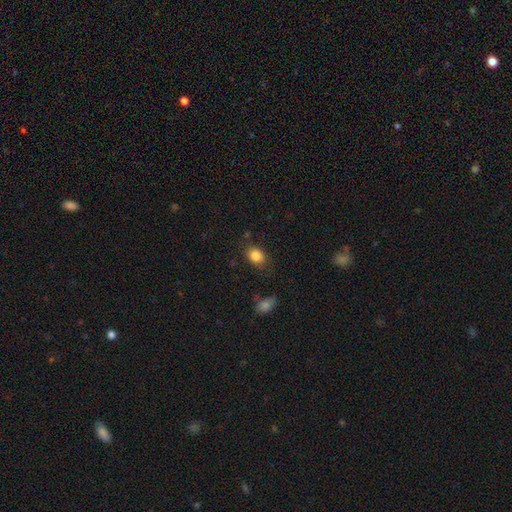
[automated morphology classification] Q: Smooth or featured?
A: smooth (85%); runner-up: star or artifact (9%)
Q: How rounded?
A: in between (60%); runner-up: round (39%)
Q: Merging?
A: none (79%); runner-up: minor disturbance (14%)